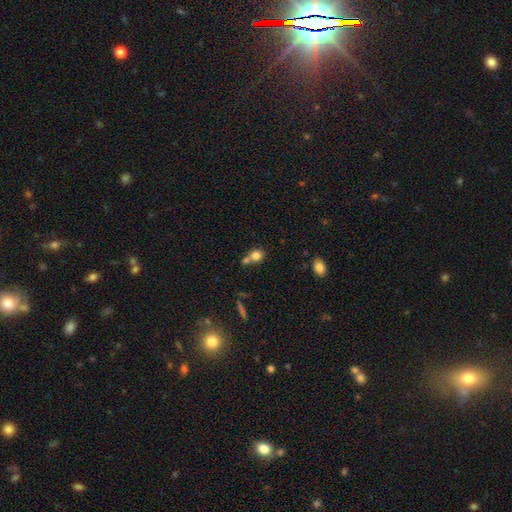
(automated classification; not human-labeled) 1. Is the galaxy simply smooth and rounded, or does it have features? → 78% smooth, 11% star or artifact, 11% featured or disk.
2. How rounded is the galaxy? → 71% round, 27% in between, 2% cigar-shaped.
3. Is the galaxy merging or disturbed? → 47% merger, 40% none, 9% minor disturbance, 4% major disturbance.